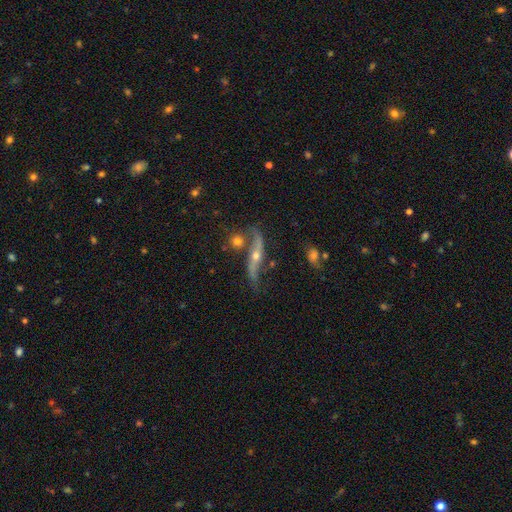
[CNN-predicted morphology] Smooth or featured? featured or disk (79%)
Edge-on disk? no (55%)
Merging? none (55%)